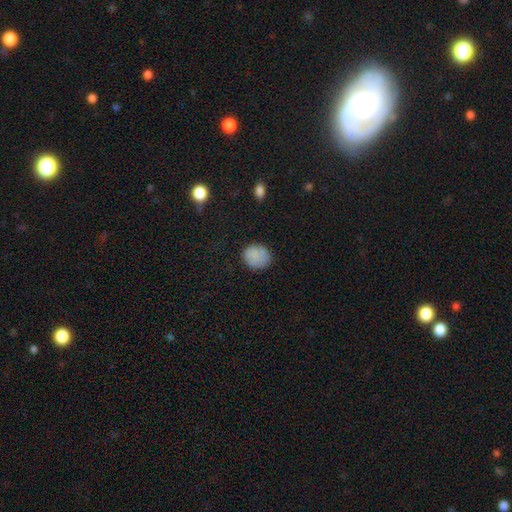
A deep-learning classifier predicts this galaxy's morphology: This appears to be a smooth galaxy with no disk features (84%) that is round (77%). Merging: none (79%).